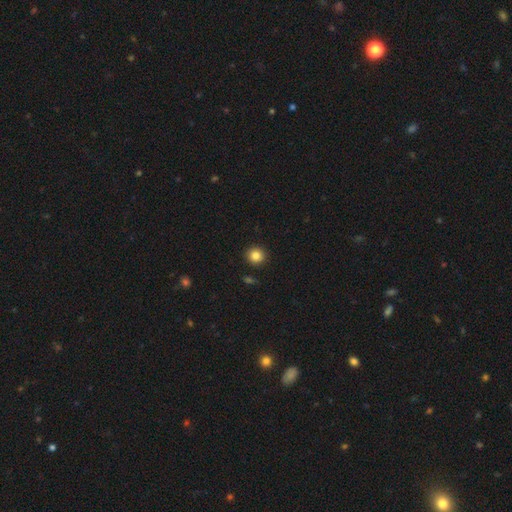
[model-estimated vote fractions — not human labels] A smooth galaxy with no disk features (84%) that is round (92%). Merging: none (91%).